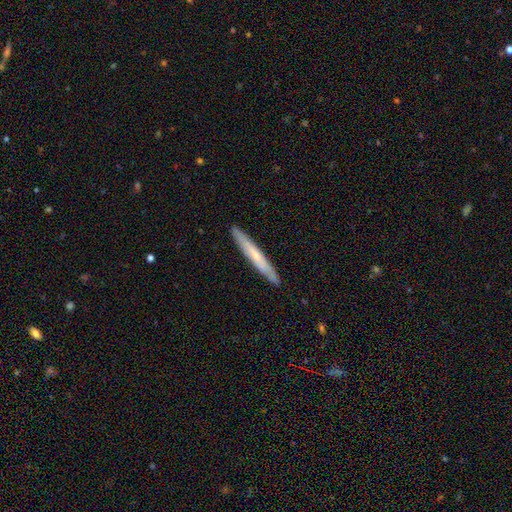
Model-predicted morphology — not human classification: This appears to be a smooth galaxy with no disk features (51%) that is cigar-shaped (96%). Merging: none (92%).